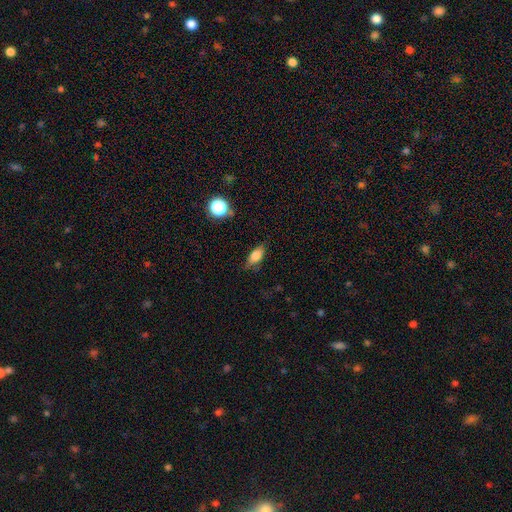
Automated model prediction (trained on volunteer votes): This appears to be a smooth galaxy with no disk features (77%) that is in between round and cigar-shaped (80%). Merging: none (76%).